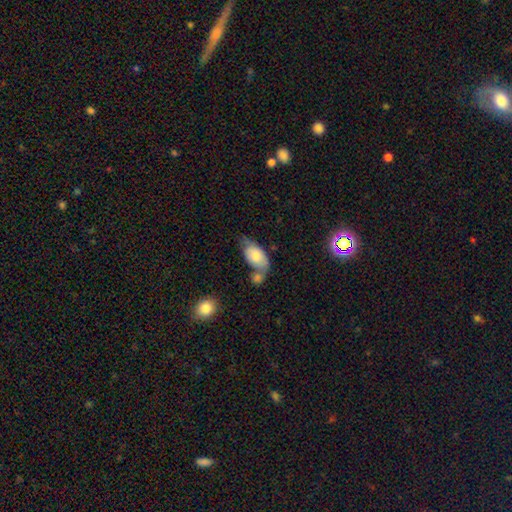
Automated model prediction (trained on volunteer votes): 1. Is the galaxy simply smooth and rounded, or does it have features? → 71% smooth, 23% featured or disk, 6% star or artifact.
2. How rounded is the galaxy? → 92% in between, 5% round, 3% cigar-shaped.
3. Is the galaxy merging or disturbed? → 36% merger, 30% none, 23% minor disturbance, 11% major disturbance.